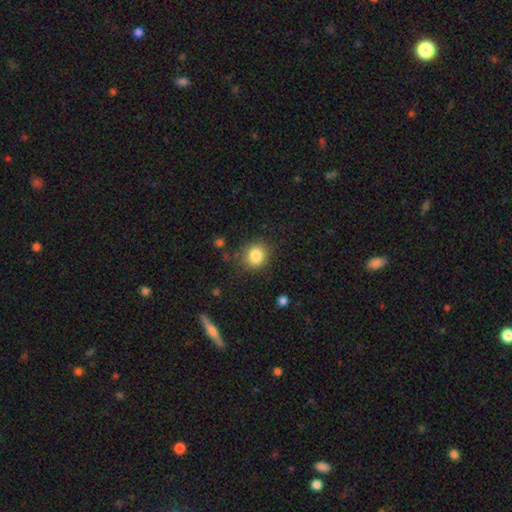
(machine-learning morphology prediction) type=smooth (84%); roundness=round (80%); merging=none (83%).